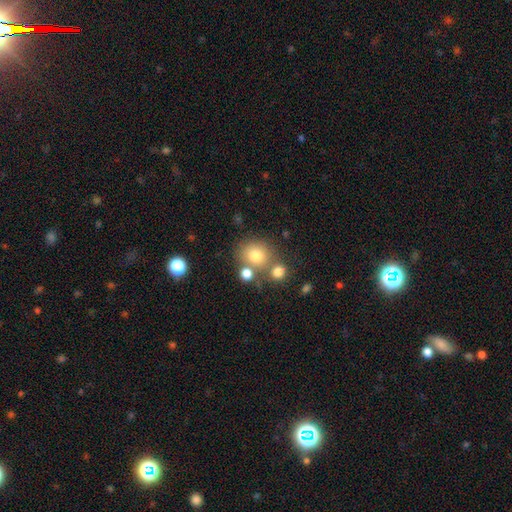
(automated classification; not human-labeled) Morphology: type=smooth (75%); roundness=round (81%); merging=none (63%).